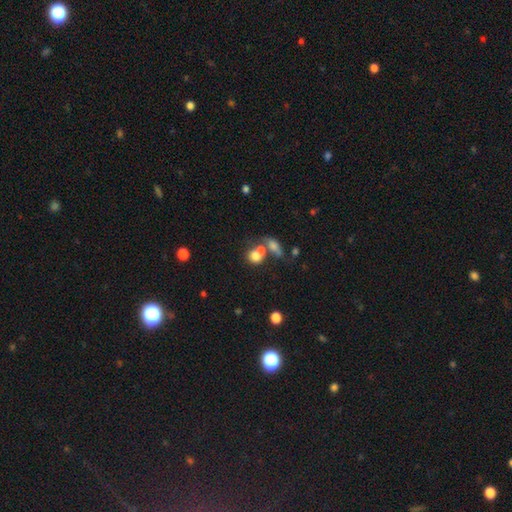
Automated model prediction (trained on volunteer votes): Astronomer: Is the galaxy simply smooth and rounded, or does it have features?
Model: smooth — 74%.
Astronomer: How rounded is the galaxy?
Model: round — 70%.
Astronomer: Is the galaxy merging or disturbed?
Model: merger — 49% (runner-up: none, 34%).